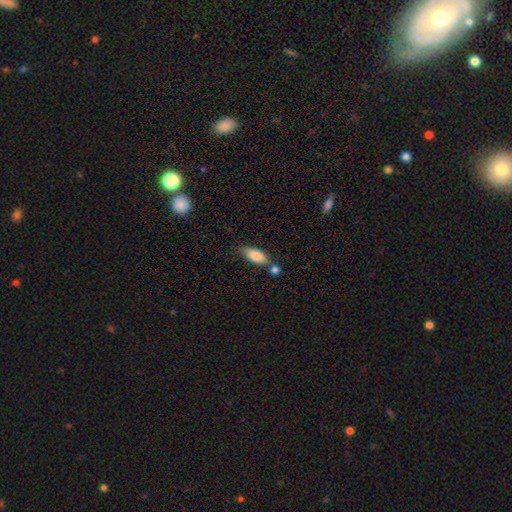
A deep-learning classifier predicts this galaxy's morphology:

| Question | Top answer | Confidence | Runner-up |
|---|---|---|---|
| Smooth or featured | smooth | 86% | featured or disk (7%) |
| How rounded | in between | 84% | cigar-shaped (13%) |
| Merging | none | 60% | minor disturbance (18%) |